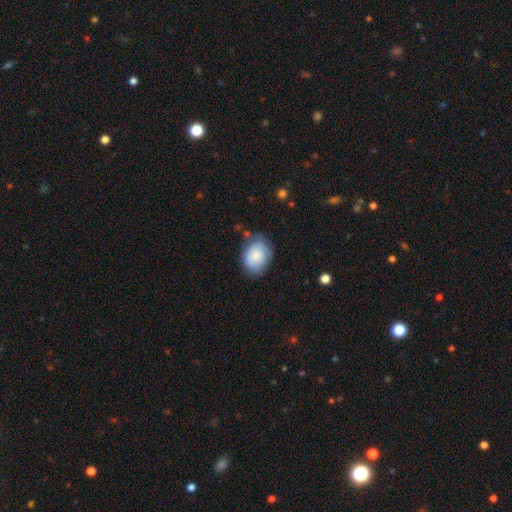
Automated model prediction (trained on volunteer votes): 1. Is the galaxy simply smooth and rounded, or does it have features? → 75% smooth, 18% featured or disk, 7% star or artifact.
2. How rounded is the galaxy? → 59% in between, 40% round, 1% cigar-shaped.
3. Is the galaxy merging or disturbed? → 62% none, 27% minor disturbance, 7% major disturbance, 3% merger.